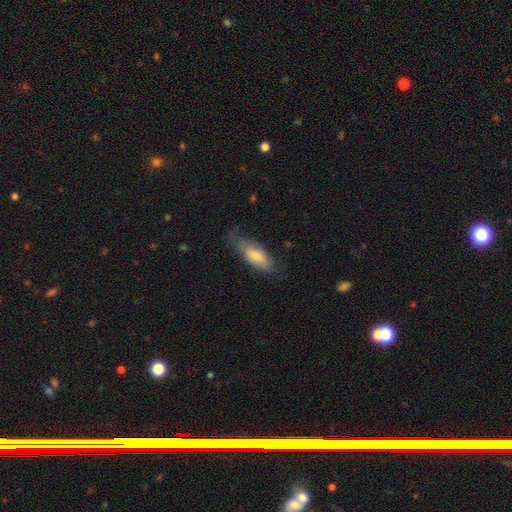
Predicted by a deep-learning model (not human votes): smooth_or_featured: smooth (p=0.71) [alt: featured or disk p=0.24]
how_rounded: in between (p=0.79) [alt: cigar-shaped p=0.19]
merging: none (p=0.58) [alt: minor disturbance p=0.30]